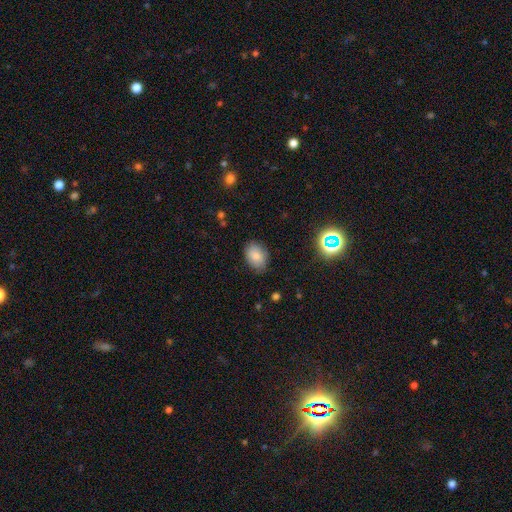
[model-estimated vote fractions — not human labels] A smooth galaxy with no disk features (81%) that is in between round and cigar-shaped (76%). Merging: none (81%).